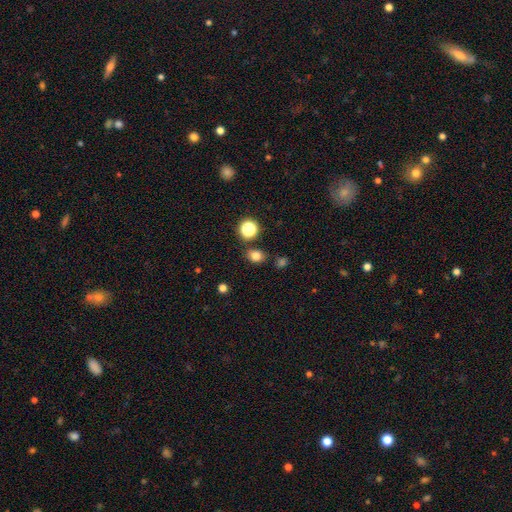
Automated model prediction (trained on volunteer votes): Overall: smooth (77%). How rounded: round (53%; in between 46%). Merging: none (79%).